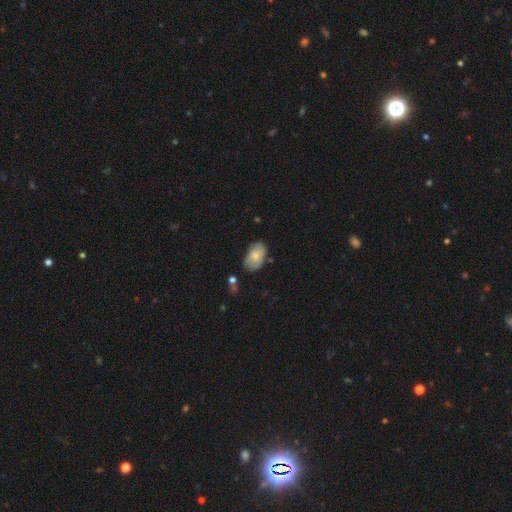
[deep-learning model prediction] smooth 73%, featured or disk 21%, star or artifact 7%. Down the decision tree: how rounded — in between (91%); merging — none (65%).